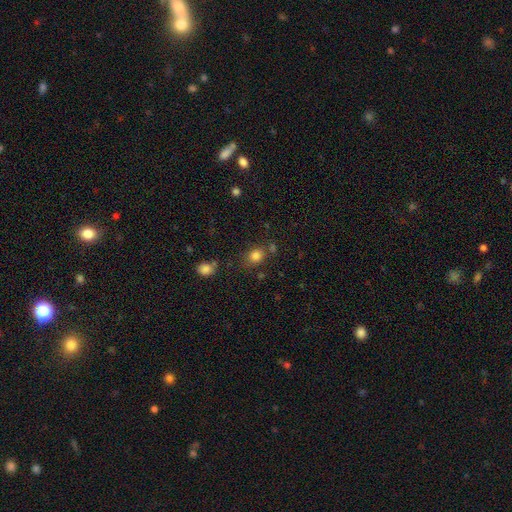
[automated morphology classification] Smooth or featured? smooth (81%)
How rounded? round (62%)
Merging? none (71%)